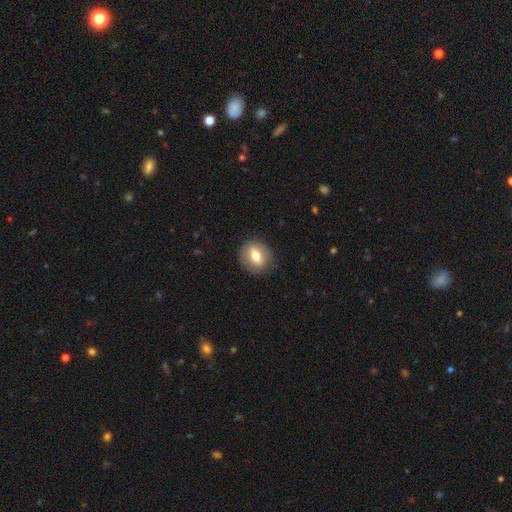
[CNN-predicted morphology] The model was most divided on "how rounded": round: 60%, in between: 39%, cigar-shaped: 1%. More confident: merging — none (84%); smooth or featured — smooth (70%).